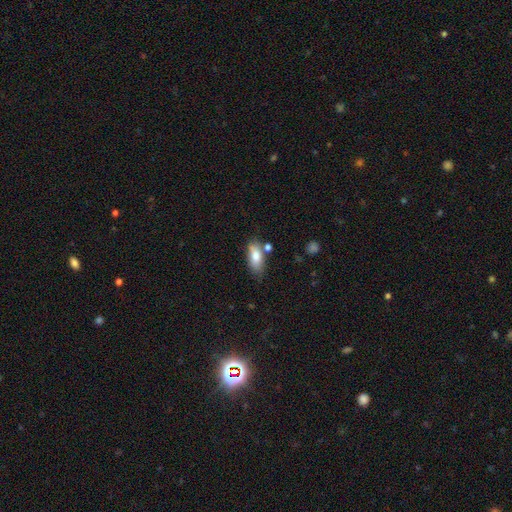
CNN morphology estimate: smooth 80%, featured or disk 13%, star or artifact 7%. Down the decision tree: how rounded — in between (83%); merging — none (63%).